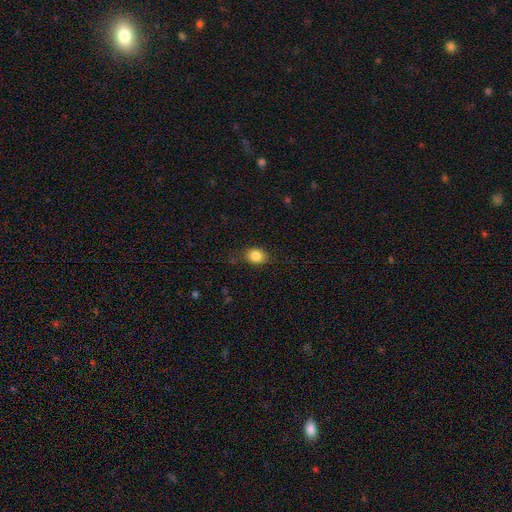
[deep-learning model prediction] A smooth galaxy with no disk features (84%) that is in between round and cigar-shaped (55%).

Vote fractions:
- Smooth or featured? smooth: 84% / star or artifact: 9% / featured or disk: 7%
- How rounded? in between: 55% / round: 44% / cigar-shaped: 1%
- Merging? none: 76% / minor disturbance: 18% / major disturbance: 5% / merger: 1%